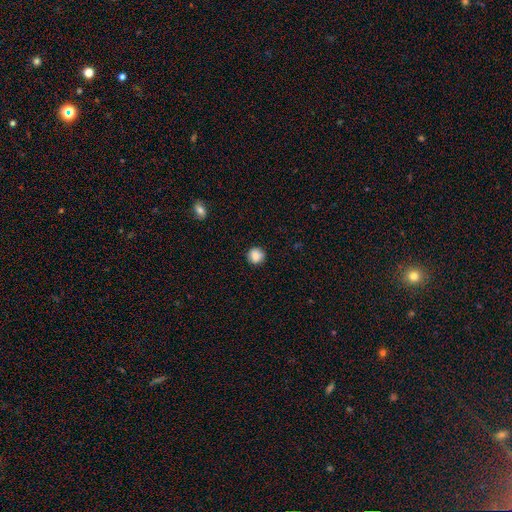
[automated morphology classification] This appears to be a smooth galaxy with no disk features (86%) that is round (92%). Merging: none (89%).